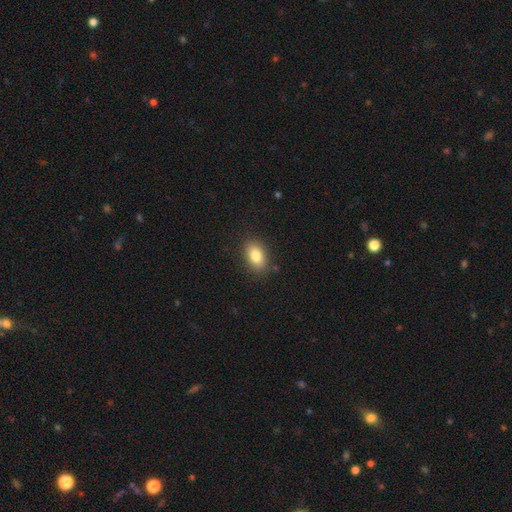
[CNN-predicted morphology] The model was most divided on "smooth or featured": smooth: 83%, featured or disk: 9%, star or artifact: 9%. More confident: how rounded — in between (87%); merging — none (86%).